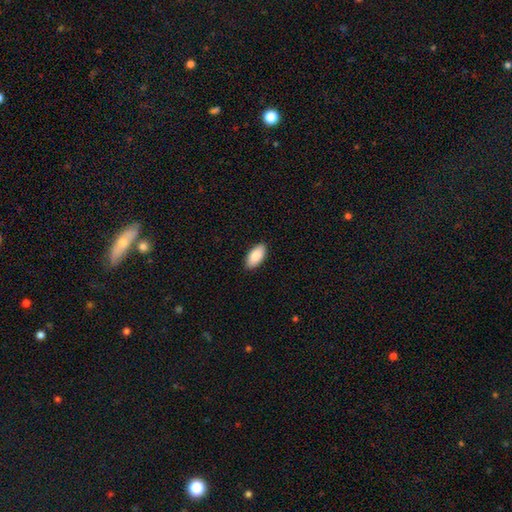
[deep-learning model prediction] smooth-or-featured: smooth: 89% | star or artifact: 6% | featured or disk: 5%
  how-rounded: in between: 94% | cigar-shaped: 4% | round: 2%
  merging: none: 89% | minor disturbance: 8% | major disturbance: 2% | merger: 1%